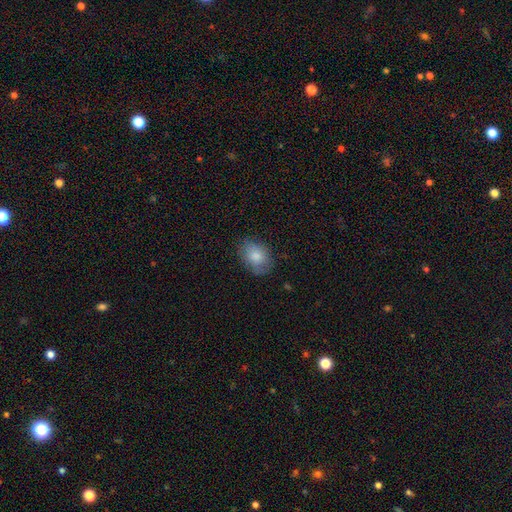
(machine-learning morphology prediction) The model was most divided on "how rounded": in between: 75%, round: 24%, cigar-shaped: 1%. More confident: smooth or featured — smooth (82%); merging — none (76%).